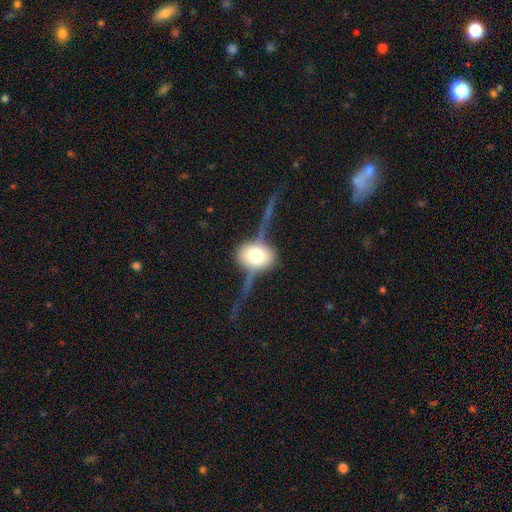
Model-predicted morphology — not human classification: Smooth or featured?
  - featured or disk: 69% *
  - smooth: 24%
  - star or artifact: 7%
Edge-on disk?
  - yes: 88% *
  - no: 12%
Edge-on bulge?
  - rounded: 95% *
  - boxy: 3%
  - none: 1%
Merging?
  - none: 62% *
  - minor disturbance: 19%
  - major disturbance: 15%
  - merger: 4%